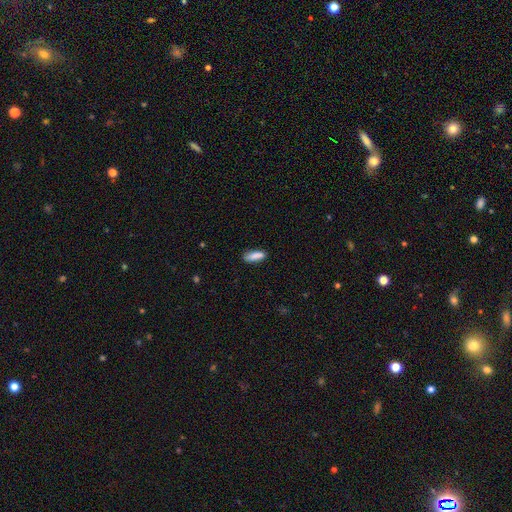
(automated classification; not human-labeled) Q: Smooth or featured?
A: smooth (87%); runner-up: star or artifact (7%)
Q: How rounded?
A: in between (53%); runner-up: cigar-shaped (45%)
Q: Merging?
A: none (83%); runner-up: minor disturbance (13%)